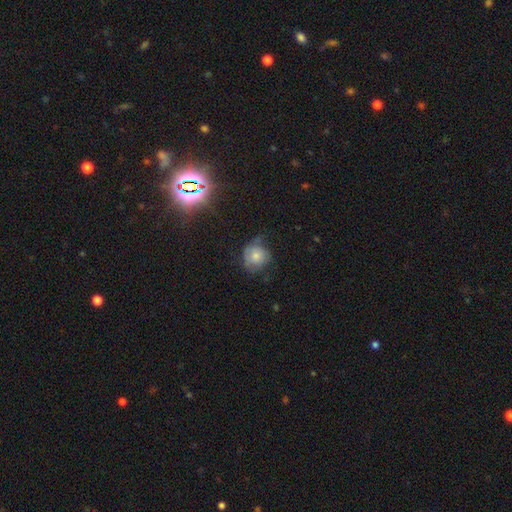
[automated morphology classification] A smooth galaxy with no disk features (69%) that is round (84%). Merging: none (52%).